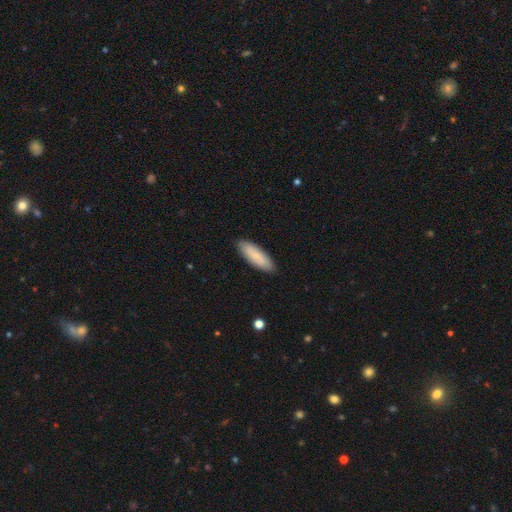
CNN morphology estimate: smooth-or-featured: smooth: 80% | featured or disk: 15% | star or artifact: 5%
  how-rounded: in between: 57% | cigar-shaped: 41% | round: 2%
  merging: none: 88% | minor disturbance: 9% | major disturbance: 2% | merger: 1%